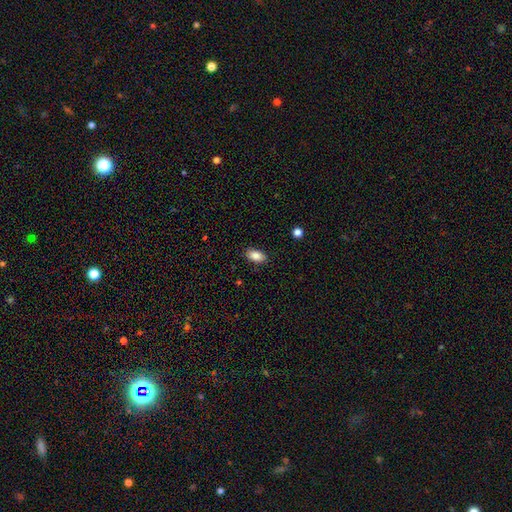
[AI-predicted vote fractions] Morphology: type=smooth (86%); roundness=in between (92%); merging=none (88%).